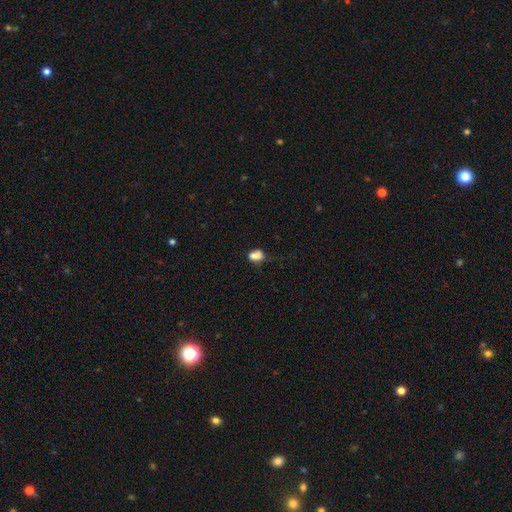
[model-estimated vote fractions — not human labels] smooth 82%, star or artifact 12%, featured or disk 7%. Down the decision tree: how rounded — in between (74%); merging — none (51%).